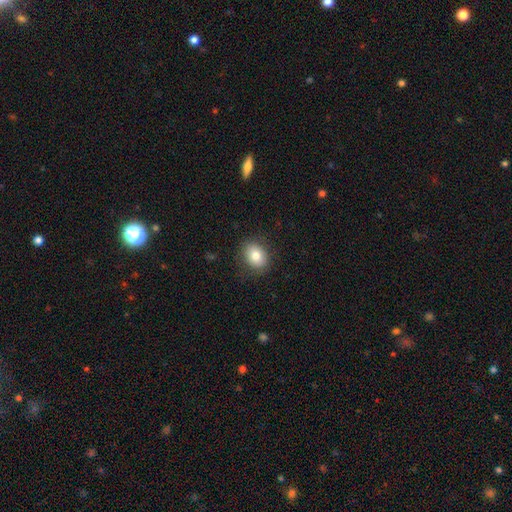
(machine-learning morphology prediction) A smooth galaxy with no disk features (81%) that is in between round and cigar-shaped (58%). Merging: none (86%).